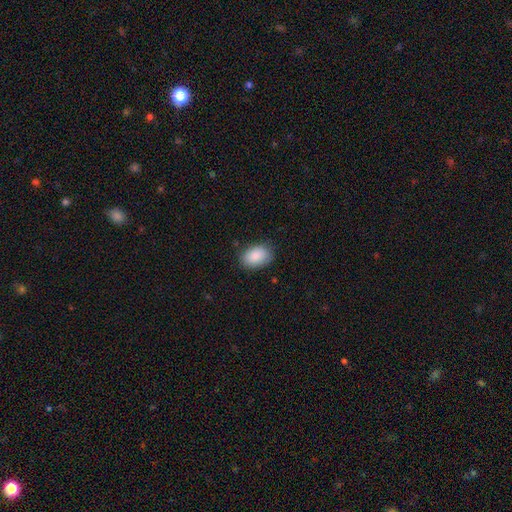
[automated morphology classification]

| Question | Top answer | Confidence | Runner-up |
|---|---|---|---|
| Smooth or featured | smooth | 88% | star or artifact (6%) |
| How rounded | in between | 85% | round (14%) |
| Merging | none | 81% | minor disturbance (15%) |